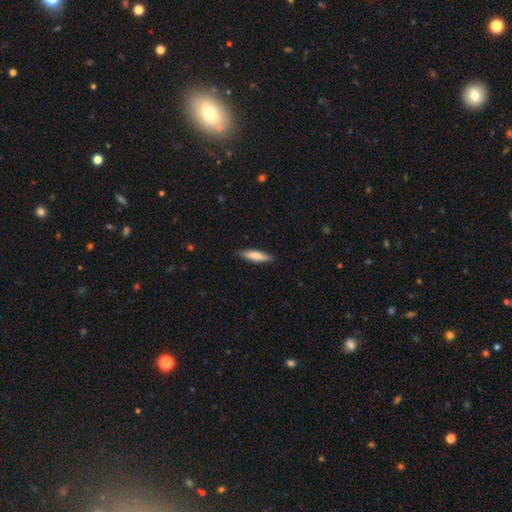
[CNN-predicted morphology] Q: Smooth or featured?
A: smooth (78%); runner-up: featured or disk (17%)
Q: How rounded?
A: cigar-shaped (70%); runner-up: in between (29%)
Q: Merging?
A: none (87%); runner-up: minor disturbance (10%)